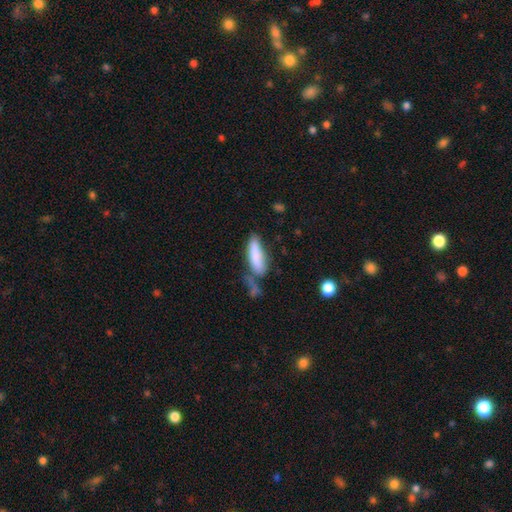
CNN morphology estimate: Smooth or featured?
  - smooth: 82% *
  - featured or disk: 11%
  - star or artifact: 7%
How rounded?
  - cigar-shaped: 50% *
  - in between: 48%
  - round: 2%
Merging?
  - none: 44% *
  - minor disturbance: 24%
  - merger: 18%
  - major disturbance: 13%